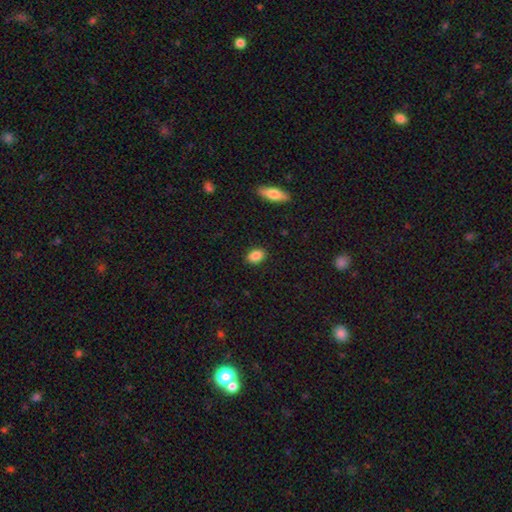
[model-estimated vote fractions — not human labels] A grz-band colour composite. It shows a smooth galaxy with no disk features (86%) that is in between round and cigar-shaped (76%). Merging: none (89%).